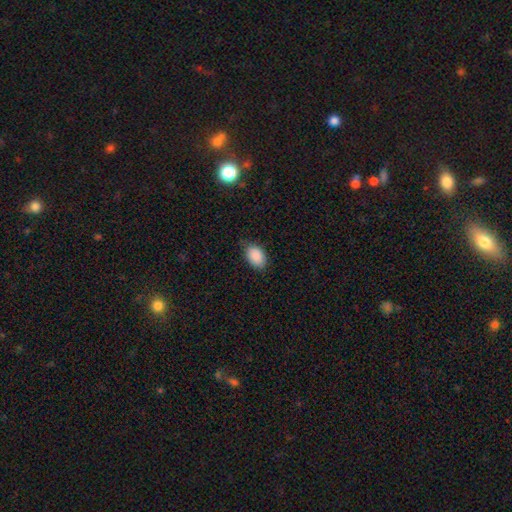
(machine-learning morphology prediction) This is clearly a smooth galaxy (89%). How rounded: clearly in between (87%). Merging: likely none (78%).